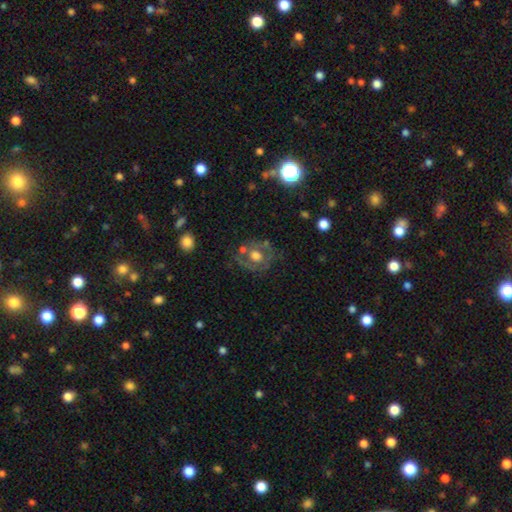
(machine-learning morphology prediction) This appears to be a featured or disk galaxy (56%) with no bar (82%), no spiral arms (64%) and a moderate central bulge (58%). Merging: none (60%).